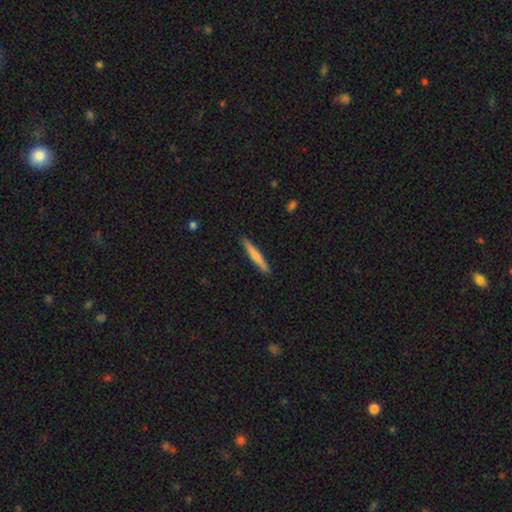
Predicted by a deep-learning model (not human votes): The model was most divided on "smooth or featured": smooth: 65%, featured or disk: 30%, star or artifact: 5%. More confident: how rounded — cigar-shaped (95%); merging — none (89%).